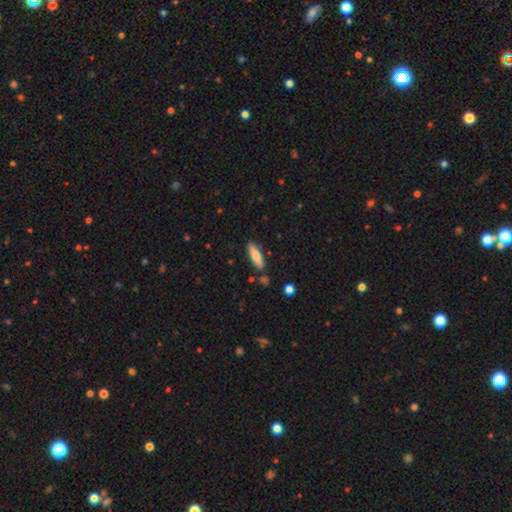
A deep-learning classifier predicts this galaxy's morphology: Smooth or featured? smooth (72%)
How rounded? cigar-shaped (62%)
Merging? none (84%)